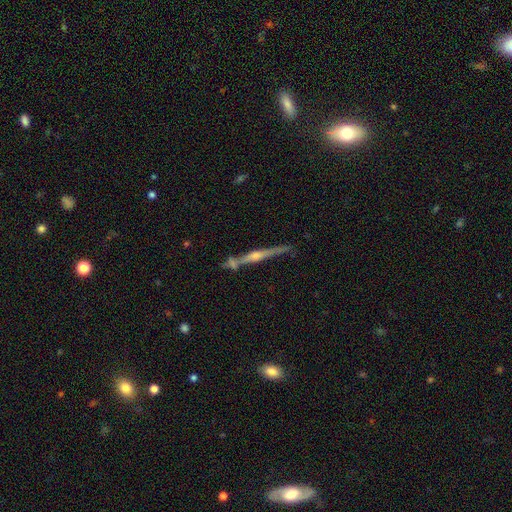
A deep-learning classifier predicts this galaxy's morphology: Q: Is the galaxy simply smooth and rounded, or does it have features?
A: featured or disk — 75%.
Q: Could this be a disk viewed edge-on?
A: yes — 95%.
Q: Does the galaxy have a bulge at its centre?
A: rounded — 83%.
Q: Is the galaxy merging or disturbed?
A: none — 76%.